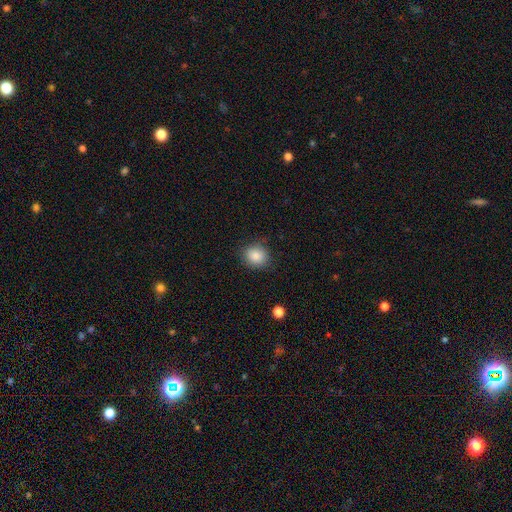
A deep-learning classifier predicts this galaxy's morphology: Q: Smooth or featured?
A: smooth (85%); runner-up: star or artifact (10%)
Q: How rounded?
A: round (74%); runner-up: in between (25%)
Q: Merging?
A: none (85%); runner-up: minor disturbance (11%)